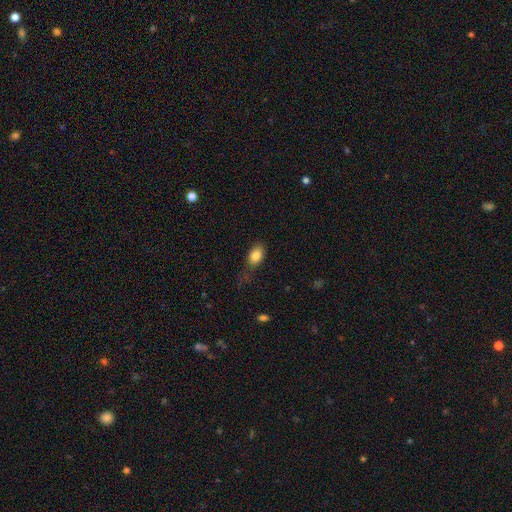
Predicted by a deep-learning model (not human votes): The model was most divided on "merging": none: 56%, minor disturbance: 27%, major disturbance: 14%, merger: 3%. More confident: how rounded — in between (84%); smooth or featured — smooth (83%).